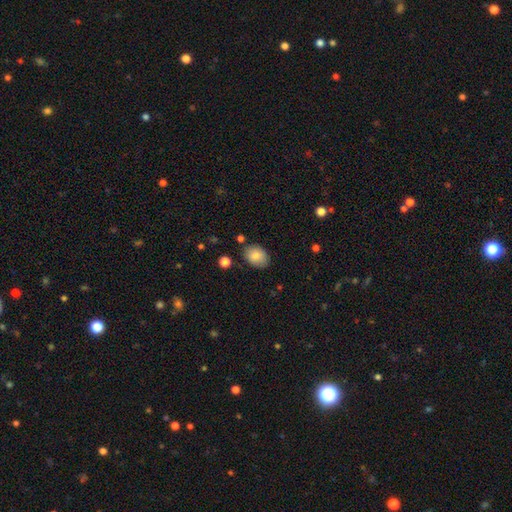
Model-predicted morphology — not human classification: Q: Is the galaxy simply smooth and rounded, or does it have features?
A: smooth — 84%.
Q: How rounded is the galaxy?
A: in between — 73%.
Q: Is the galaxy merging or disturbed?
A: none — 80%.